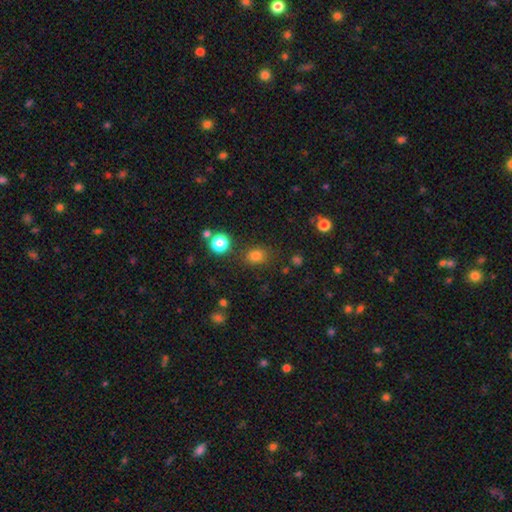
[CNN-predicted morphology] smooth_or_featured: smooth (p=0.80) [alt: star or artifact p=0.16]
how_rounded: round (p=0.59) [alt: in between p=0.40]
merging: none (p=0.79) [alt: minor disturbance p=0.12]